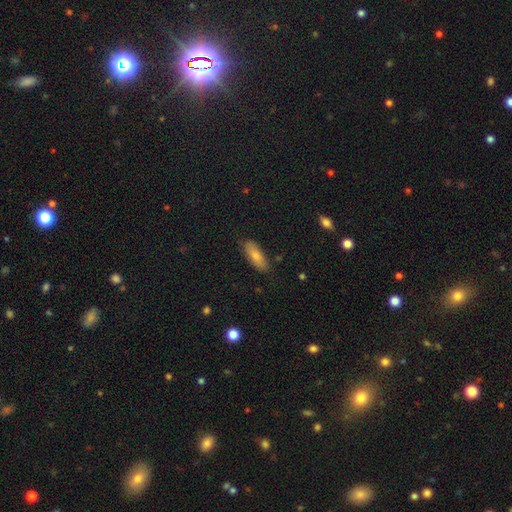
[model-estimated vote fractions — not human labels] A smooth galaxy with no disk features (78%) that is in between round and cigar-shaped (71%).

Vote fractions:
- Smooth or featured? smooth: 78% / featured or disk: 15% / star or artifact: 6%
- How rounded? in between: 71% / cigar-shaped: 27% / round: 2%
- Merging? none: 81% / minor disturbance: 14% / major disturbance: 3% / merger: 1%